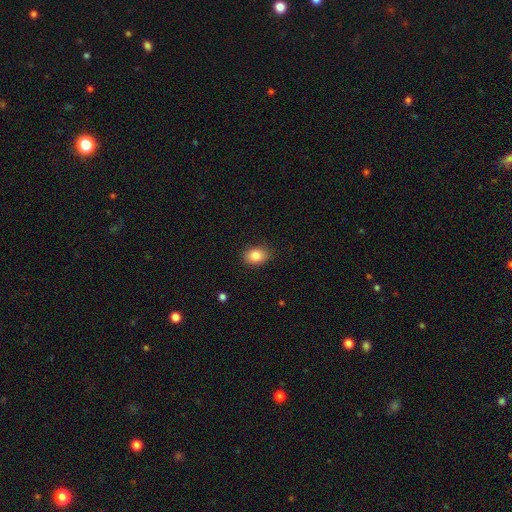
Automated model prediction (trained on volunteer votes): This appears to be a smooth galaxy with no disk features (85%) that is in between round and cigar-shaped (70%). Merging: none (85%).